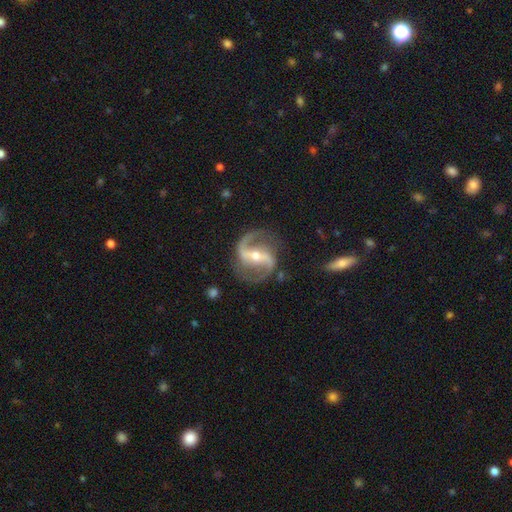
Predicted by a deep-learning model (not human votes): Smooth or featured? Predicted: featured or disk (p=0.92). Edge-on disk? Predicted: no (p=0.97). Bar? Predicted: strong (p=0.57). Spiral arms? Predicted: yes (p=0.98). Spiral winding? Predicted: medium (p=0.49). Spiral arm count? Predicted: 2 (p=0.93). Bulge size? Predicted: small (p=0.50). Merging? Predicted: none (p=0.81).